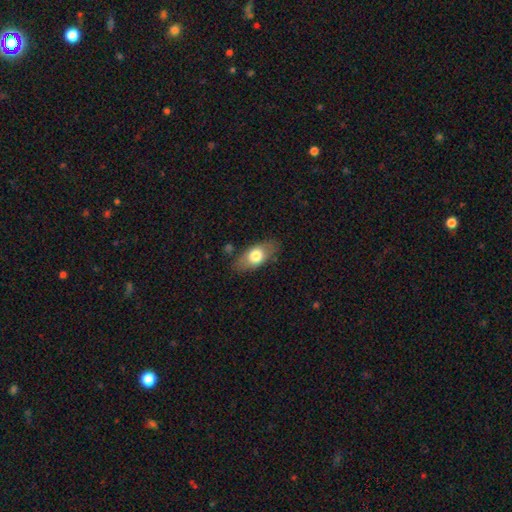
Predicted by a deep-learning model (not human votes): The model was most divided on "smooth or featured": smooth: 69%, featured or disk: 25%, star or artifact: 6%. More confident: how rounded — in between (86%); merging — none (79%).